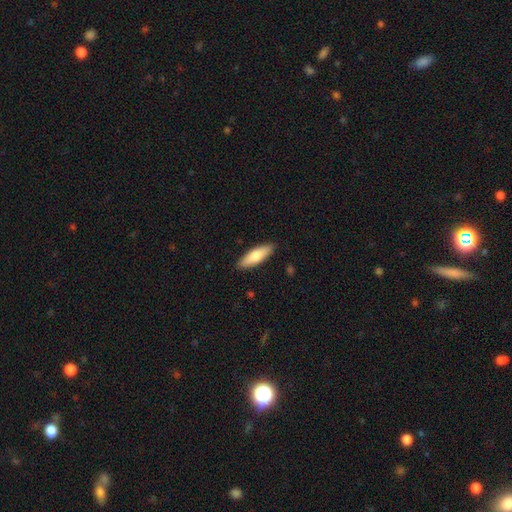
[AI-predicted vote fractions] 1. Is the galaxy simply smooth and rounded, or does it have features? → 73% smooth, 22% featured or disk, 5% star or artifact.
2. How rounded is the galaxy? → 50% in between, 49% cigar-shaped, 2% round.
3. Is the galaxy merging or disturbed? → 89% none, 9% minor disturbance, 2% major disturbance, 1% merger.